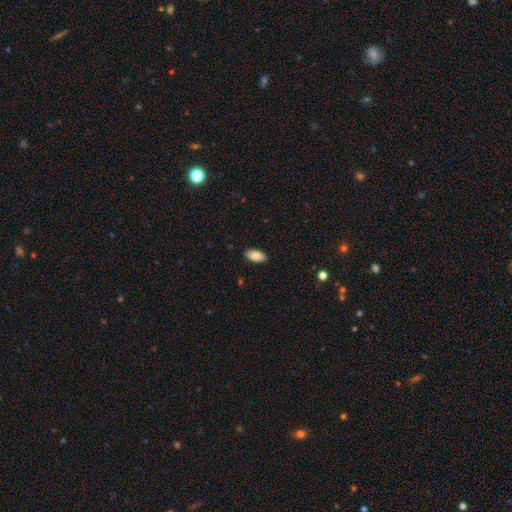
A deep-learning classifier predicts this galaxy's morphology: smooth-or-featured: smooth: 83% | featured or disk: 10% | star or artifact: 7%
  how-rounded: in between: 93% | cigar-shaped: 5% | round: 2%
  merging: none: 89% | minor disturbance: 8% | major disturbance: 2% | merger: 1%